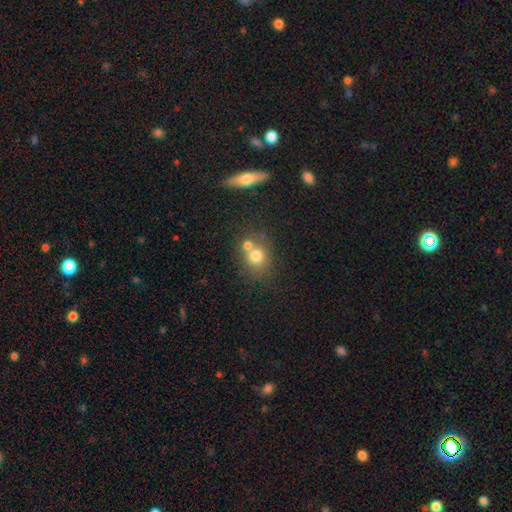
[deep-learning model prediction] Q: Smooth or featured?
A: smooth (74%); runner-up: featured or disk (14%)
Q: How rounded?
A: round (74%); runner-up: in between (24%)
Q: Merging?
A: none (44%); tied with: merger (44%)